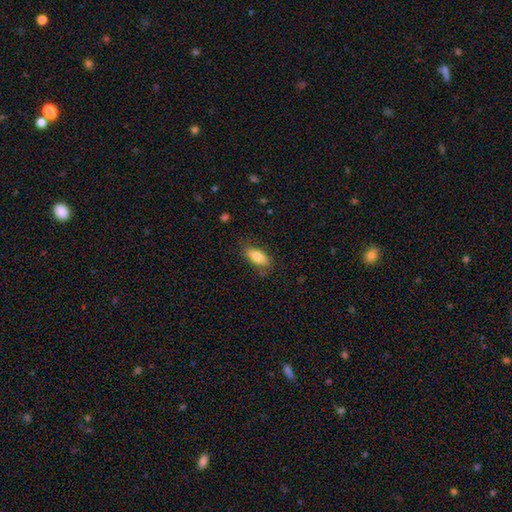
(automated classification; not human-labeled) Q: Smooth or featured?
A: smooth (81%); runner-up: featured or disk (12%)
Q: How rounded?
A: in between (87%); runner-up: cigar-shaped (10%)
Q: Merging?
A: none (79%); runner-up: minor disturbance (16%)